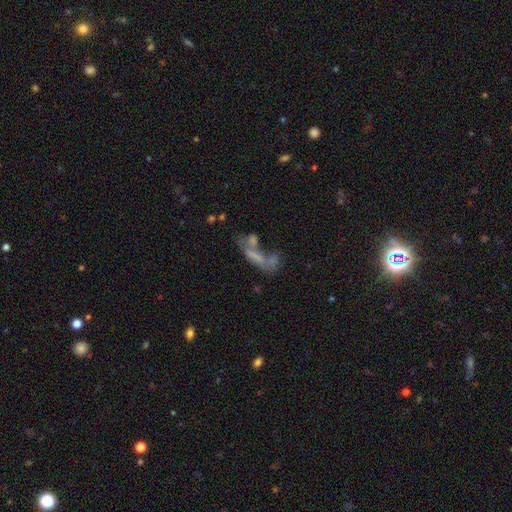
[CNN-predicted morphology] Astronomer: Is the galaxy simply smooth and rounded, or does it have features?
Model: smooth — 46% (runner-up: featured or disk, 36%).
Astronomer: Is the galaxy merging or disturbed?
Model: merger — 46% (runner-up: none, 23%).